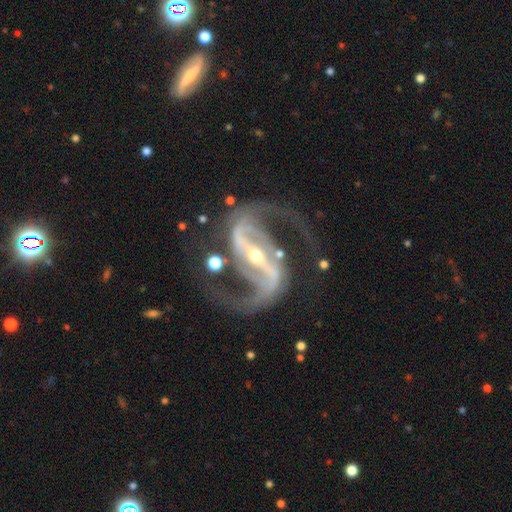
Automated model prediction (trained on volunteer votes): smooth-or-featured: featured or disk: 94% | star or artifact: 5% | smooth: 2%
  disk-edge-on: no: 97% | yes: 3%
    bar: strong: 78% | weak: 16% | no: 6%
    has-spiral-arms: yes: 98% | no: 2%
      spiral-winding: medium: 59% | loose: 28% | tight: 12%
      spiral-arm-count: 2: 95% | can't tell: 1% | 3: 1% | 1: 1% | 4: 1% | more than 4: 1%
    bulge-size: small: 71% | moderate: 26% | large: 1% | none: 1% | dominant: 1%
  merging: none: 75% | minor disturbance: 12% | major disturbance: 10% | merger: 3%